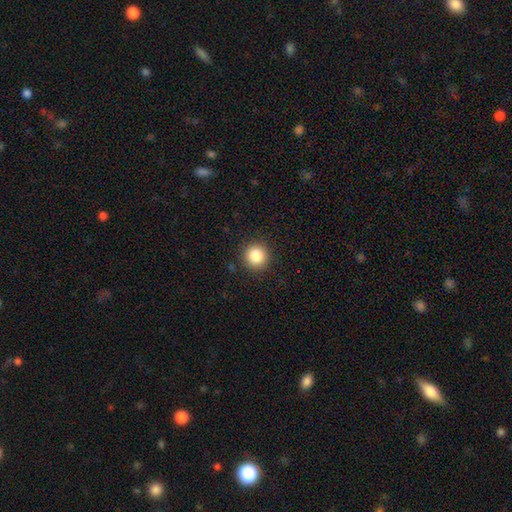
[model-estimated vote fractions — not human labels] Smooth or featured? Predicted: smooth (p=0.85). How rounded? Predicted: round (p=0.94). Merging? Predicted: none (p=0.91).